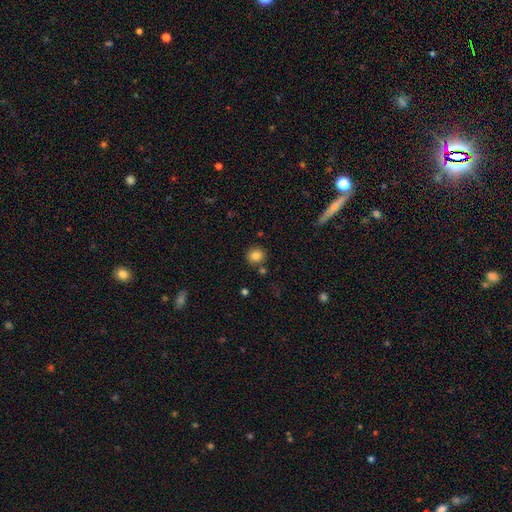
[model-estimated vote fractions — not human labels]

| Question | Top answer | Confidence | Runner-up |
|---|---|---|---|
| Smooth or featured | smooth | 84% | star or artifact (10%) |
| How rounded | round | 86% | in between (13%) |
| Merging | none | 82% | minor disturbance (9%) |